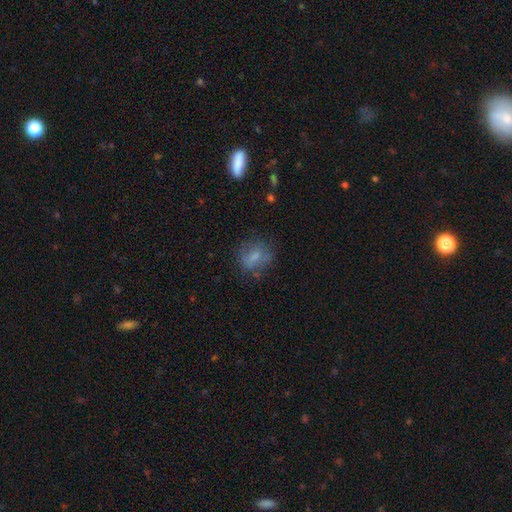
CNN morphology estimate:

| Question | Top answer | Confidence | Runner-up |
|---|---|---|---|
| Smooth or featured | smooth | 61% | featured or disk (25%) |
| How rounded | round | 52% | in between (44%) |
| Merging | none | 70% | minor disturbance (19%) |